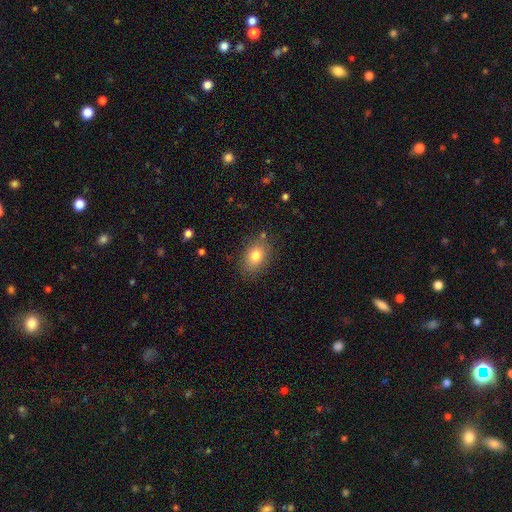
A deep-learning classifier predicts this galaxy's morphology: A smooth galaxy with no disk features (79%) that is in between round and cigar-shaped (74%).

Vote fractions:
- Smooth or featured? smooth: 79% / featured or disk: 11% / star or artifact: 10%
- How rounded? in between: 74% / round: 25% / cigar-shaped: 1%
- Merging? none: 82% / minor disturbance: 12% / major disturbance: 3% / merger: 2%